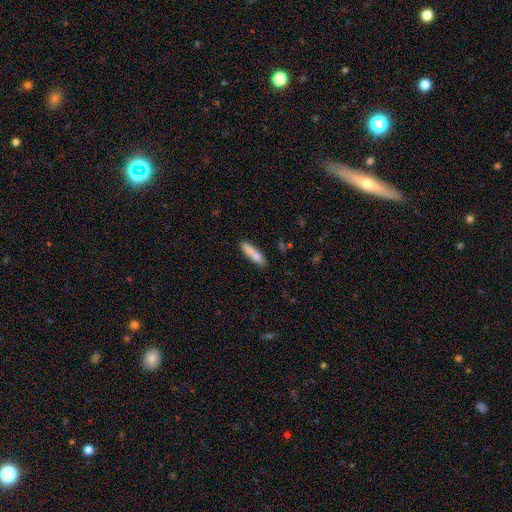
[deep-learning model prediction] Q: Smooth or featured?
A: smooth (77%); runner-up: featured or disk (16%)
Q: How rounded?
A: cigar-shaped (70%); runner-up: in between (28%)
Q: Merging?
A: none (59%); runner-up: merger (21%)